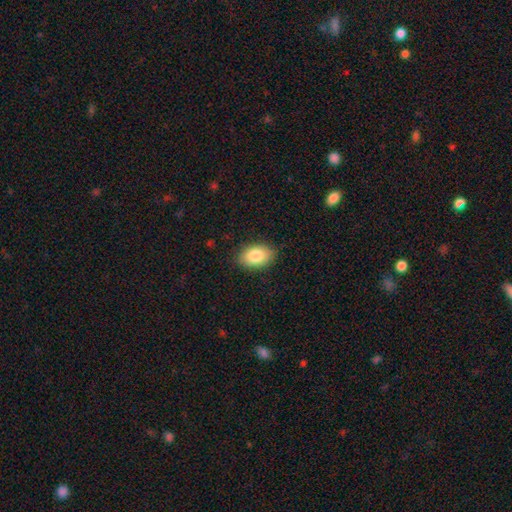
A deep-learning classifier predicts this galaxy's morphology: This appears to be a smooth galaxy with no disk features (85%) that is in between round and cigar-shaped (90%). Merging: none (86%).